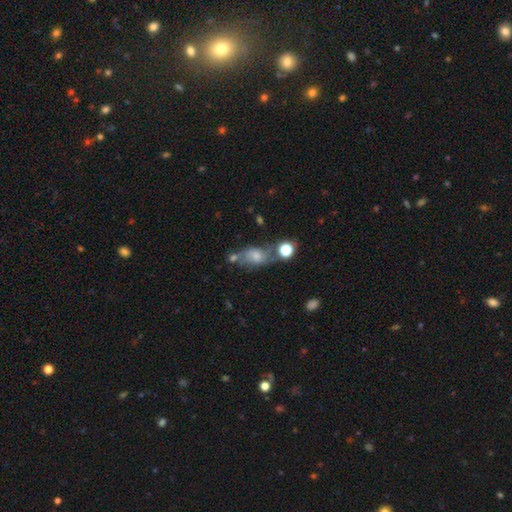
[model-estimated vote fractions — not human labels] smooth 47%, featured or disk 40%, star or artifact 13%. Down the decision tree: merging — none (38%).